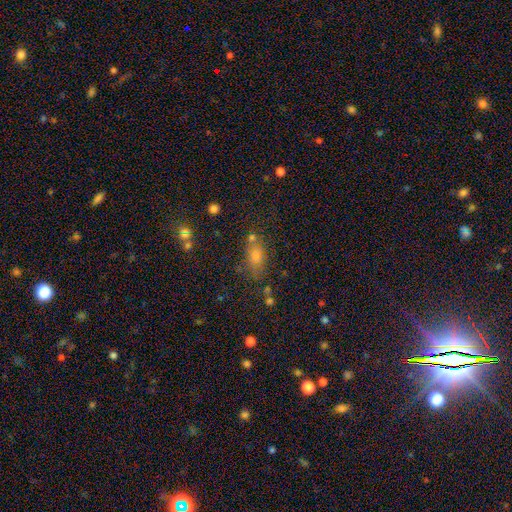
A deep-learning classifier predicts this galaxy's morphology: smooth-or-featured: smooth: 67% | star or artifact: 23% | featured or disk: 11%
  how-rounded: in between: 70% | round: 22% | cigar-shaped: 8%
  merging: none: 66% | minor disturbance: 15% | merger: 13% | major disturbance: 6%